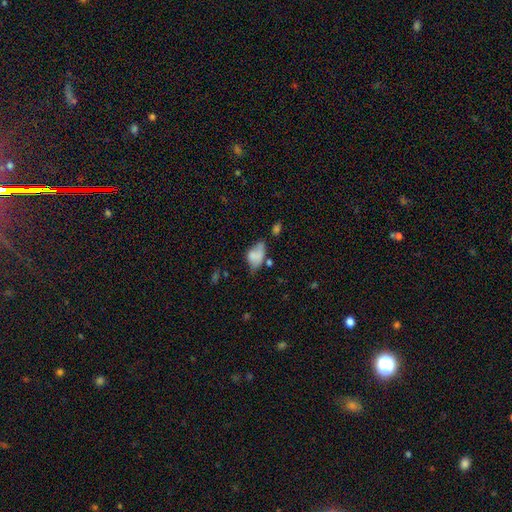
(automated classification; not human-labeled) The model was most divided on "merging": minor disturbance: 33%, none: 30%, major disturbance: 21%, merger: 16%. More confident: how rounded — in between (88%); smooth or featured — smooth (69%).